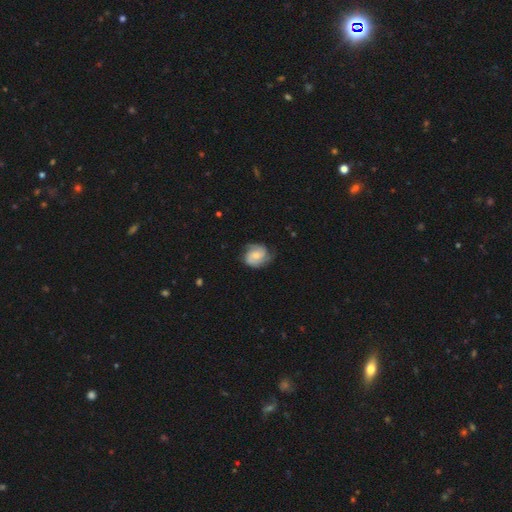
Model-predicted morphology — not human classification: A featured or disk galaxy (65%) with no bar (56%), 2 (58%) tight (44%) spiral arms (93%) and a moderate central bulge (39%, tied with small).

Vote fractions:
- Smooth or featured? featured or disk: 65% / smooth: 29% / star or artifact: 7%
- Edge-on disk? no: 98% / yes: 2%
- Bar? no: 56% / weak: 36% / strong: 8%
- Spiral arms? yes: 93% / no: 7%
- Spiral winding? tight: 44% / medium: 42% / loose: 14%
- Spiral arm count? 2: 58% / 3: 18% / can't tell: 15% / 1: 4% / 4: 3% / more than 4: 2%
- Bulge size? moderate: 39% (tied) / small: 39% (tied) / none: 12% / large: 8% / dominant: 2%
- Merging? none: 67% / minor disturbance: 23% / major disturbance: 9% / merger: 1%